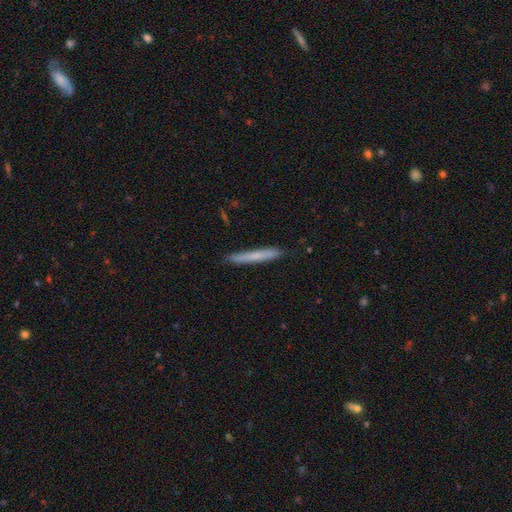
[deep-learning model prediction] Smooth or featured?
  - smooth: 65% *
  - featured or disk: 29%
  - star or artifact: 6%
How rounded?
  - cigar-shaped: 96% *
  - in between: 2%
  - round: 1%
Merging?
  - none: 88% *
  - minor disturbance: 10%
  - major disturbance: 2%
  - merger: 1%